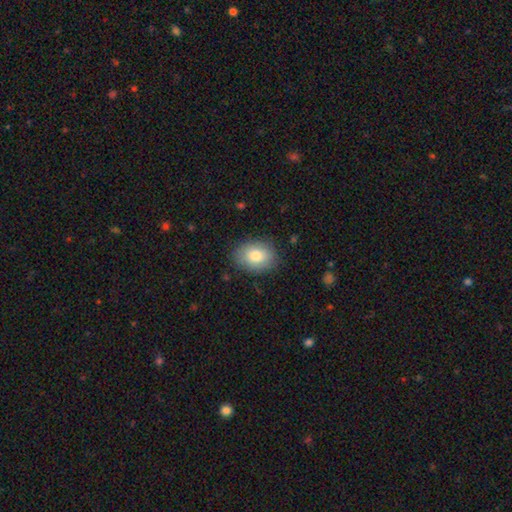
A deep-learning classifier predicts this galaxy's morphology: Overall: smooth (82%). How rounded: in between (69%; round 30%). Merging: none (83%).